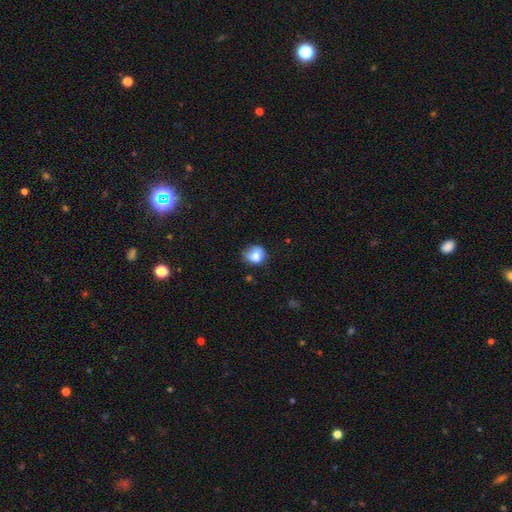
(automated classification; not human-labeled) Smooth or featured? Predicted: smooth (p=0.79). How rounded? Predicted: round (p=0.68). Merging? Predicted: none (p=0.54).